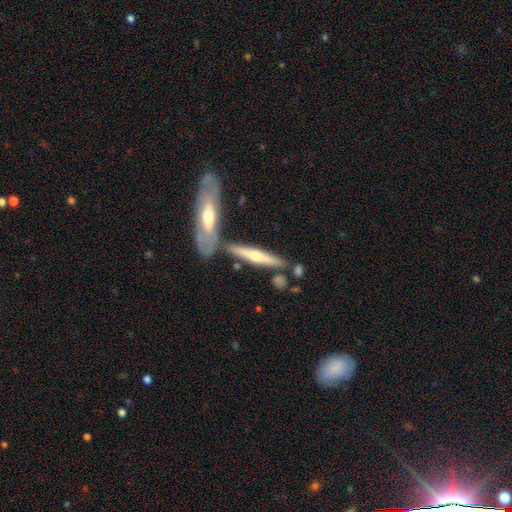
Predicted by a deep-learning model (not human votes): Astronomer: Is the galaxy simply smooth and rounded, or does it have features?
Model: featured or disk — 69%.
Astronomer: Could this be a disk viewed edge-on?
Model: yes — 89%.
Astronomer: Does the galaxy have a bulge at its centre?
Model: rounded — 87%.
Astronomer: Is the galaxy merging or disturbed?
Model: none — 69%.